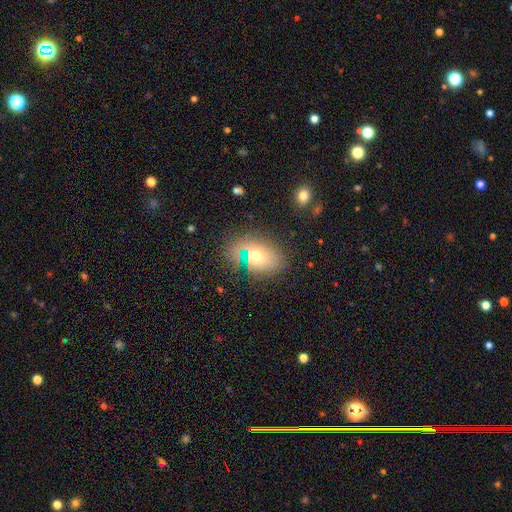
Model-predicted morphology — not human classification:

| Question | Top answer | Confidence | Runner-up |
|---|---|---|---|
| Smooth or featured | smooth | 55% | featured or disk (33%) |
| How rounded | in between | 72% | round (26%) |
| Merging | none | 54% | minor disturbance (20%) |